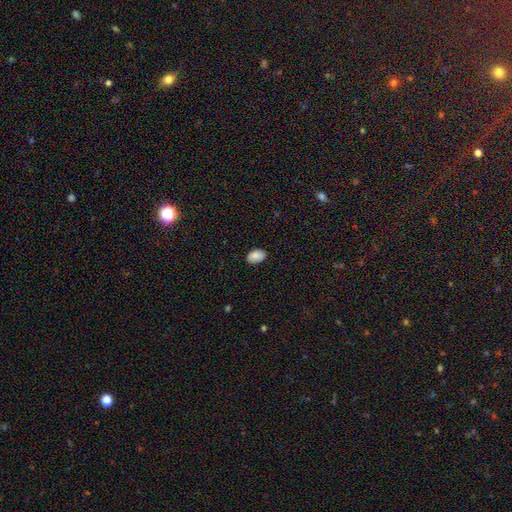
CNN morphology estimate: Smooth or featured? smooth (87%)
How rounded? in between (90%)
Merging? none (85%)